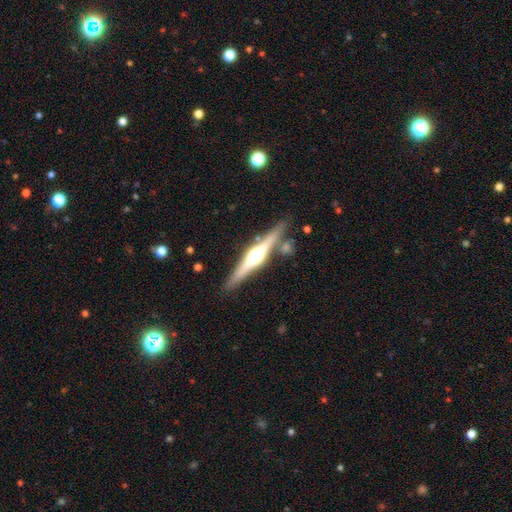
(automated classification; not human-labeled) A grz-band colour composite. It shows a featured or disk galaxy (77%) viewed edge-on (98%) with a rounded central bulge (93%). Merging: none (83%).